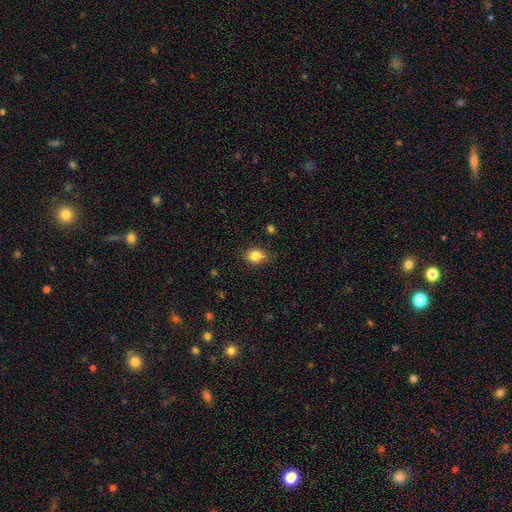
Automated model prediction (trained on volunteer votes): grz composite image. It shows a smooth galaxy with no disk features (85%) that is in between round and cigar-shaped (60%). Merging: none (85%).